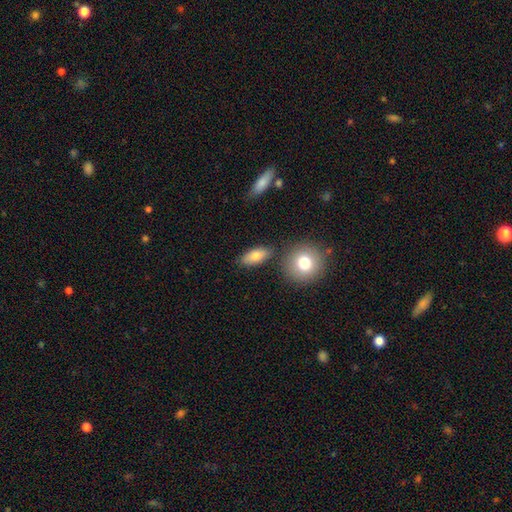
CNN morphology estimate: type=smooth (80%); roundness=in between (83%); merging=none (81%).